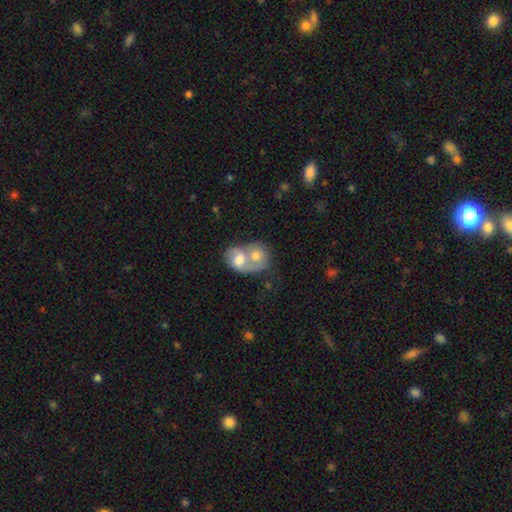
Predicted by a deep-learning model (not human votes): The model was most divided on "how rounded": round: 51%, in between: 47%, cigar-shaped: 1%. More confident: merging — merger (81%); smooth or featured — smooth (57%).